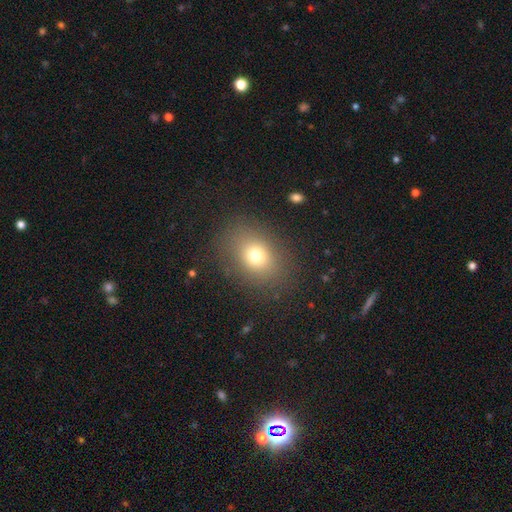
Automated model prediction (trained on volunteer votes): smooth_or_featured: smooth (p=0.74) [alt: star or artifact p=0.14]
how_rounded: in between (p=0.58) [alt: round p=0.41]
merging: none (p=0.84) [alt: minor disturbance p=0.10]